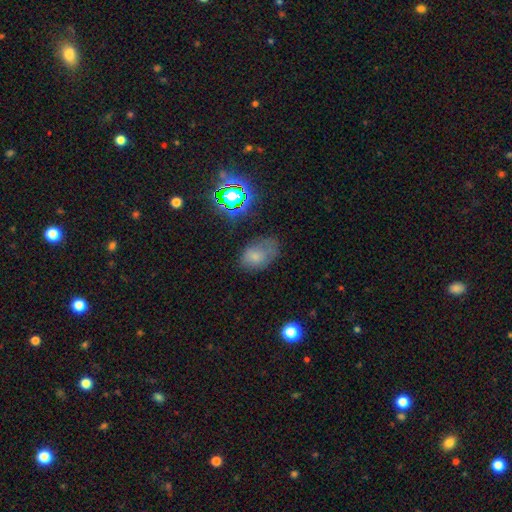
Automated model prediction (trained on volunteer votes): Q: Smooth or featured?
A: smooth (66%); runner-up: star or artifact (17%)
Q: How rounded?
A: in between (84%); runner-up: round (15%)
Q: Merging?
A: none (50%); runner-up: minor disturbance (31%)